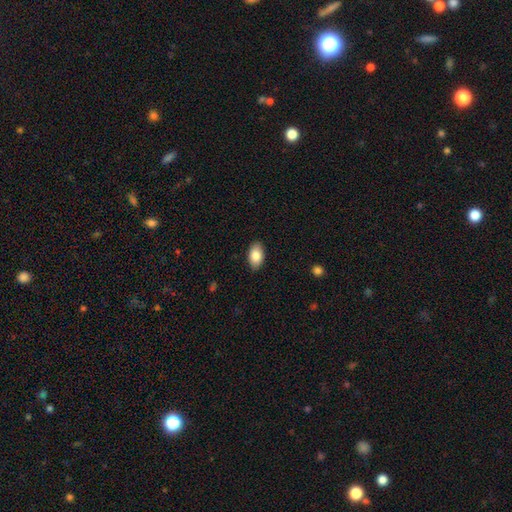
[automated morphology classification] smooth_or_featured: smooth (p=0.85) [alt: featured or disk p=0.08]
how_rounded: in between (p=0.93) [alt: round p=0.05]
merging: none (p=0.87) [alt: minor disturbance p=0.10]